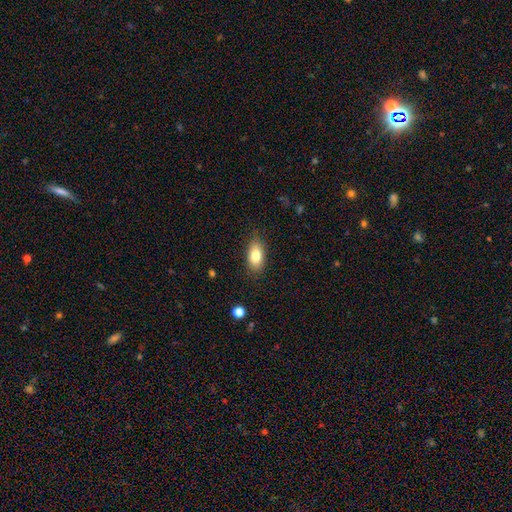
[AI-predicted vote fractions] Smooth or featured? smooth (80%)
How rounded? in between (88%)
Merging? none (80%)